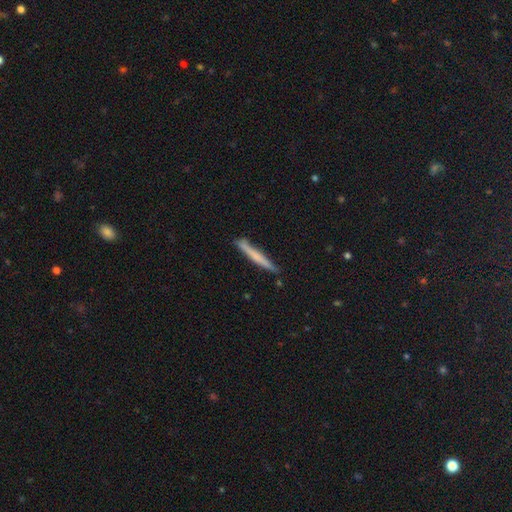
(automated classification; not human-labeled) smooth_or_featured: smooth (p=0.59) [alt: featured or disk p=0.35]
how_rounded: cigar-shaped (p=0.96) [alt: in between p=0.02]
merging: none (p=0.85) [alt: minor disturbance p=0.12]